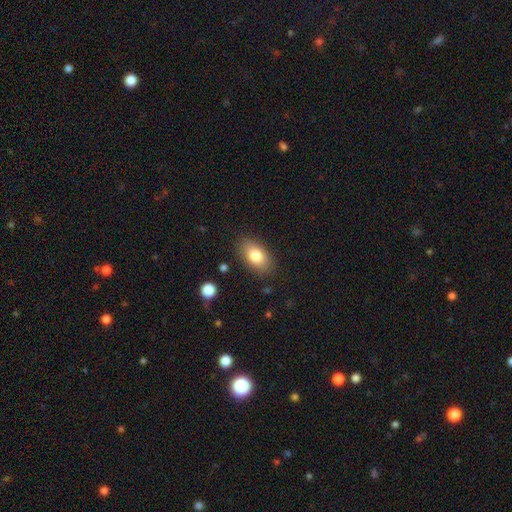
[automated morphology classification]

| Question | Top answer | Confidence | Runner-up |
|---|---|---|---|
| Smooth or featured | smooth | 80% | featured or disk (12%) |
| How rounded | in between | 90% | round (7%) |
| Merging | none | 85% | minor disturbance (11%) |